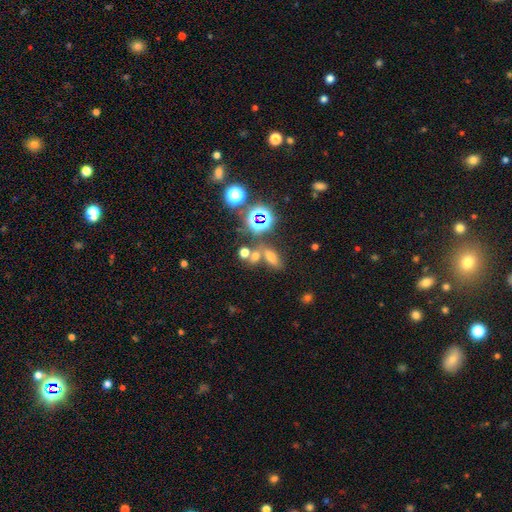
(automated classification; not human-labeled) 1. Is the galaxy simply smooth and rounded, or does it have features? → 57% smooth, 33% star or artifact, 10% featured or disk.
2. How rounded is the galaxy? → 56% in between, 33% round, 11% cigar-shaped.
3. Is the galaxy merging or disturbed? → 52% none, 31% merger, 11% minor disturbance, 6% major disturbance.